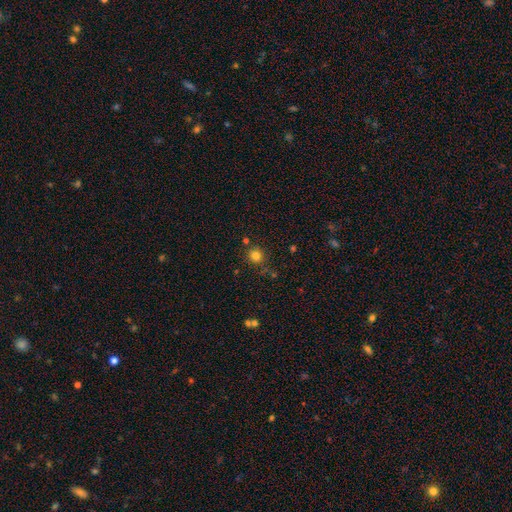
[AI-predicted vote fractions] A smooth galaxy with no disk features (80%) that is round (90%).

Vote fractions:
- Smooth or featured? smooth: 80% / star or artifact: 14% / featured or disk: 6%
- How rounded? round: 90% / in between: 9% / cigar-shaped: 1%
- Merging? none: 81% / minor disturbance: 10% / merger: 6% / major disturbance: 3%